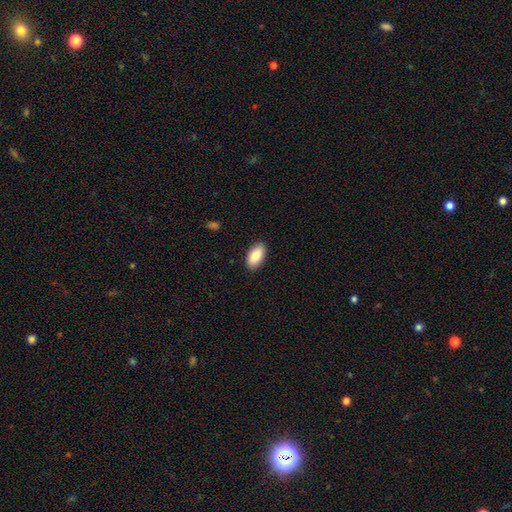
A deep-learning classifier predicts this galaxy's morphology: A smooth galaxy with no disk features (85%) that is in between round and cigar-shaped (95%). Merging: none (89%).